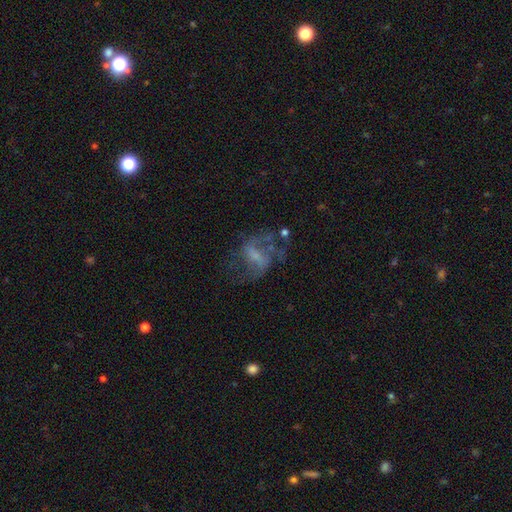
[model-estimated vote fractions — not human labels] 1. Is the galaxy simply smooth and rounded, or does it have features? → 69% featured or disk, 19% smooth, 12% star or artifact.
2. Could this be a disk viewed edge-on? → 97% no, 3% yes.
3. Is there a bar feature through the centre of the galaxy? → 46% weak, 33% no, 20% strong.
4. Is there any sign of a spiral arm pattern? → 72% yes, 28% no.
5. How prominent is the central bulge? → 40% small, 32% none, 23% moderate, 4% large, 1% dominant.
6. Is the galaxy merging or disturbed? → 43% none, 34% major disturbance, 18% minor disturbance, 6% merger.